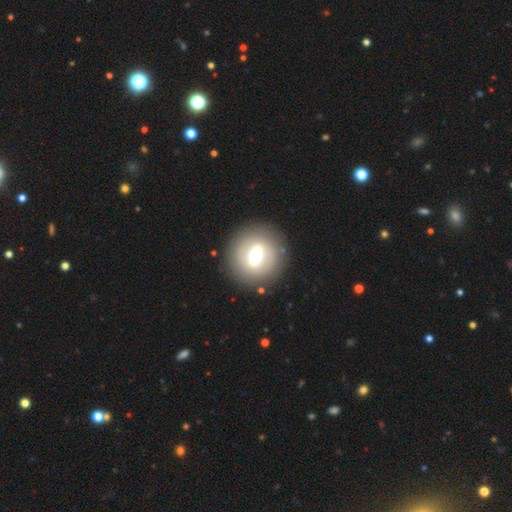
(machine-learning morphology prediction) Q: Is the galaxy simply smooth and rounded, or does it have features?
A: featured or disk — 55%.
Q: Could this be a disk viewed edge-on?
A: no — 75%.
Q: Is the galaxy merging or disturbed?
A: none — 86%.